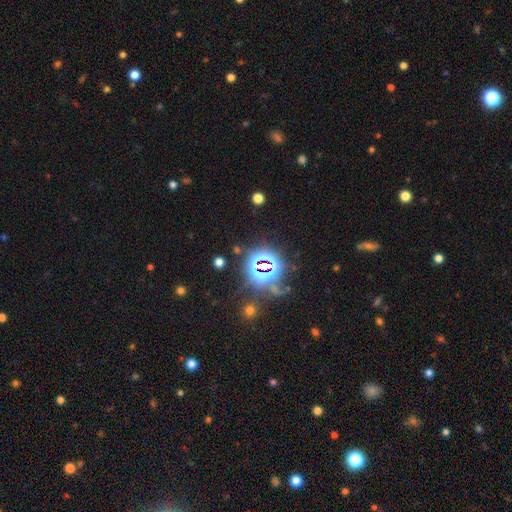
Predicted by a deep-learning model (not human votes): Smooth or featured? Predicted: star or artifact (p=0.79).